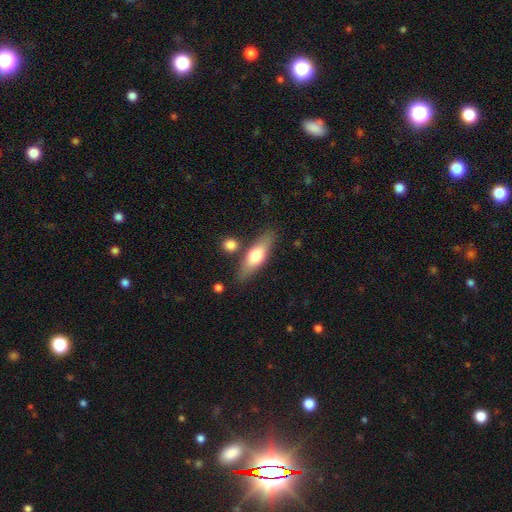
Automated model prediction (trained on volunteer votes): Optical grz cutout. It shows a smooth galaxy with no disk features (58%) that is cigar-shaped (50%). Merging: none (79%).